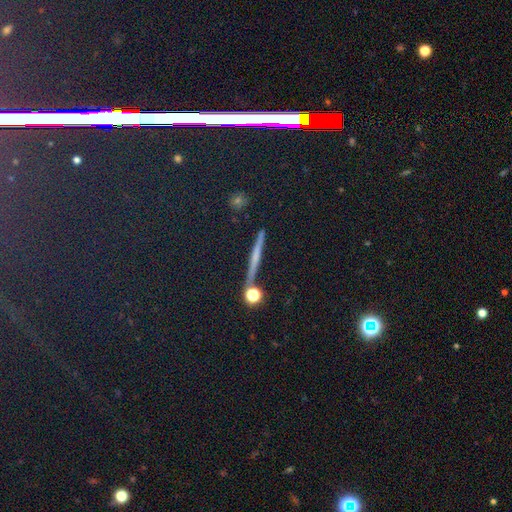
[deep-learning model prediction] Morphology: type=smooth (34%); merging=none (85%).